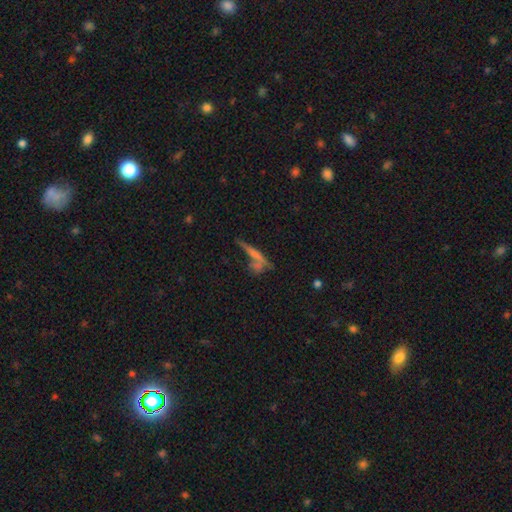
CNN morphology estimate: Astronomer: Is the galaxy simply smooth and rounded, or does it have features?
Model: smooth — 51% (runner-up: featured or disk, 34%).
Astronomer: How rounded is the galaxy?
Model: cigar-shaped — 80%.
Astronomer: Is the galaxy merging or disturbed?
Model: none — 43% (runner-up: merger, 35%).